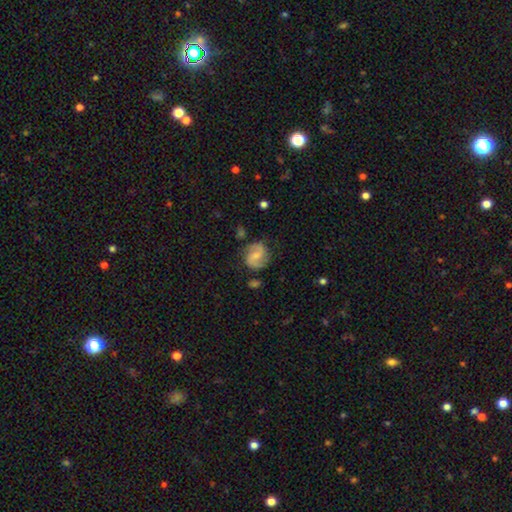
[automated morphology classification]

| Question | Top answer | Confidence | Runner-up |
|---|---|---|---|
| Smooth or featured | featured or disk | 70% | smooth (23%) |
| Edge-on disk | no | 98% | yes (2%) |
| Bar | weak | 48% | no (37%) |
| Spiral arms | yes | 93% | no (7%) |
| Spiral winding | medium | 49% | loose (27%) |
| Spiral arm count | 2 | 89% | can't tell (6%) |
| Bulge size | small | 47% | moderate (40%) |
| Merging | none | 75% | minor disturbance (17%) |